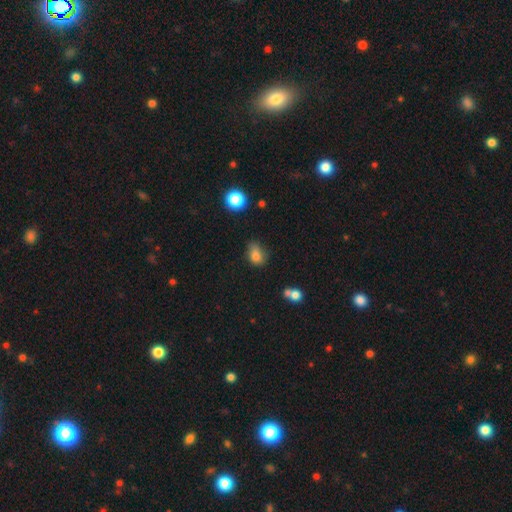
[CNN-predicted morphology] This is likely a smooth galaxy (78%). How rounded: likely in between (64%). Merging: possibly none (46%).